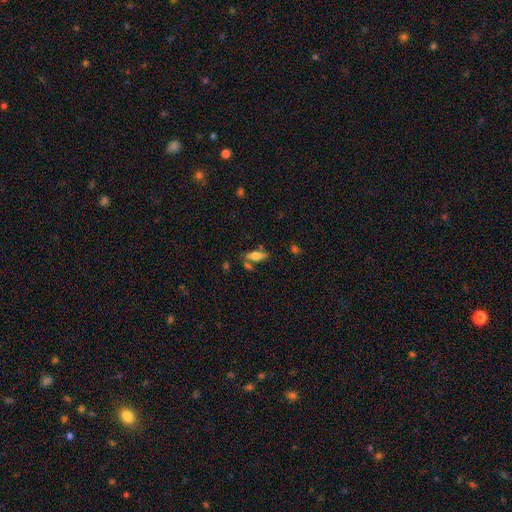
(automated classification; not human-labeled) A smooth galaxy with no disk features (61%) that is in between round and cigar-shaped (67%). Merging: none (66%).